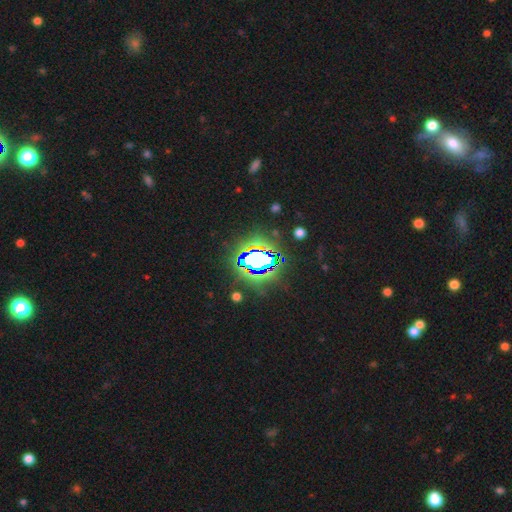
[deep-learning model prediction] Smooth or featured? star or artifact (74%)